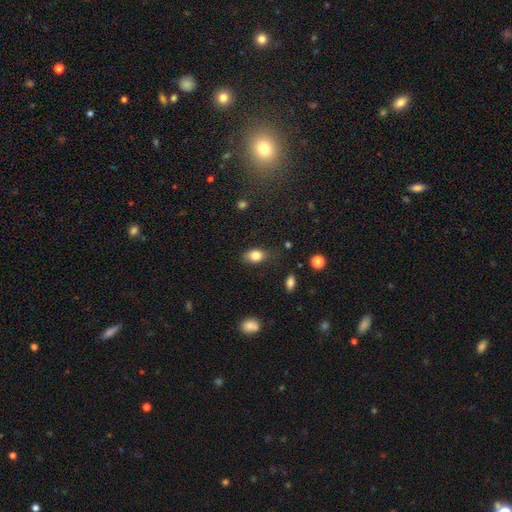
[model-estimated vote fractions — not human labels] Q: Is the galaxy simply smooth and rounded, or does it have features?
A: smooth — 83%.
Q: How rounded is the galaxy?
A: in between — 80%.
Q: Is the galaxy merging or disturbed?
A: none — 74%.